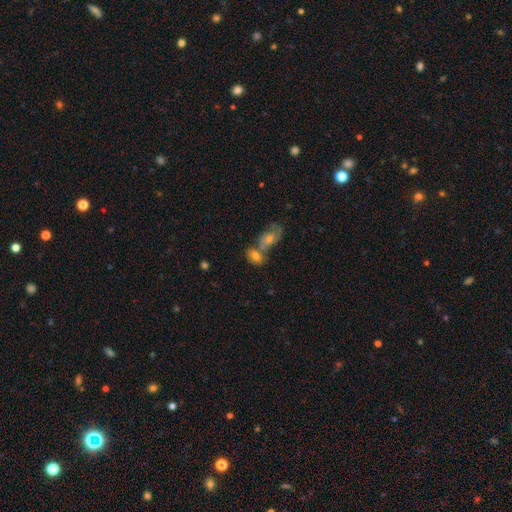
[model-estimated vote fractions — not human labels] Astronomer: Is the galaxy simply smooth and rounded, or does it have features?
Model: smooth — 71%.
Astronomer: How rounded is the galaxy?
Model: in between — 85%.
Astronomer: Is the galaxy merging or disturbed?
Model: merger — 51% (runner-up: none, 34%).